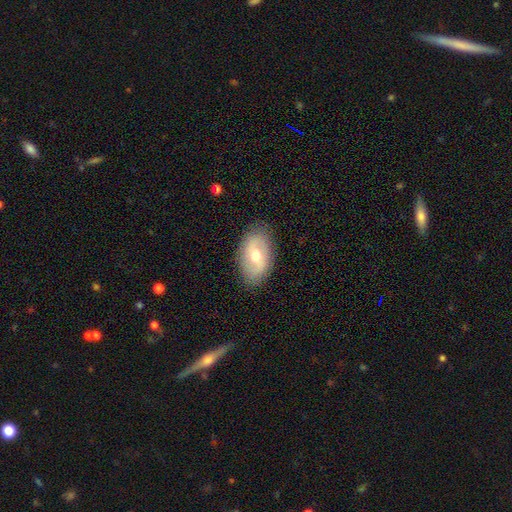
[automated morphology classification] A featured or disk galaxy (59%) with a weak bar (52%), spiral arms (69%) and a moderate central bulge (73%).

Vote fractions:
- Smooth or featured? featured or disk: 59% / smooth: 35% / star or artifact: 6%
- Edge-on disk? no: 93% / yes: 7%
- Bar? weak: 52% / no: 30% / strong: 19%
- Spiral arms? yes: 69% / no: 31%
- Bulge size? moderate: 73% / small: 16% / large: 9% / none: 1% / dominant: 1%
- Merging? none: 84% / minor disturbance: 12% / major disturbance: 3% / merger: 1%